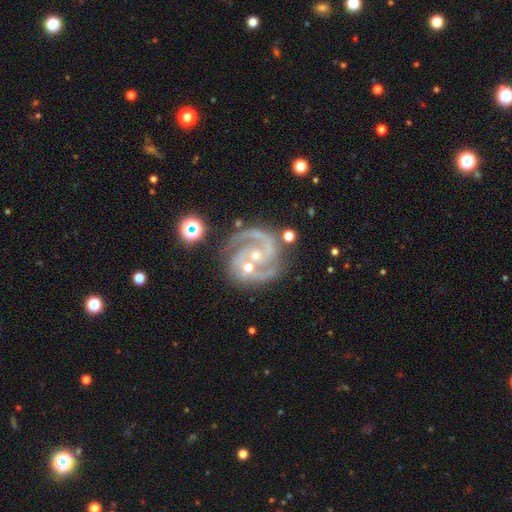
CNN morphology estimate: Smooth or featured? featured or disk (91%)
Edge-on disk? no (98%)
Bar? no (55%)
Spiral arms? yes (98%)
Spiral winding? medium (51%)
Spiral arm count? 2 (78%)
Bulge size? small (64%)
Merging? none (60%)